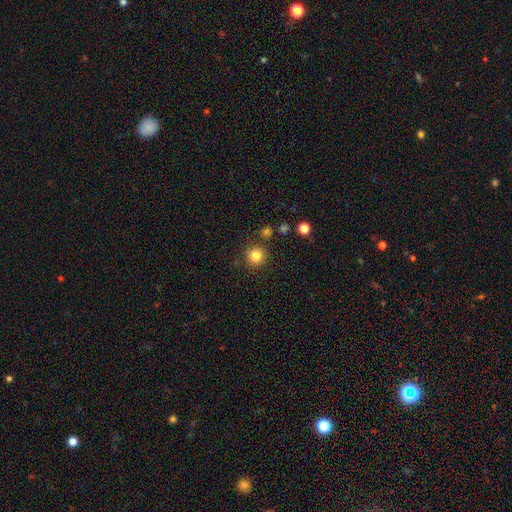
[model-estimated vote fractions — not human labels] The model was most divided on "smooth or featured": smooth: 83%, star or artifact: 12%, featured or disk: 5%. More confident: how rounded — round (94%); merging — none (85%).